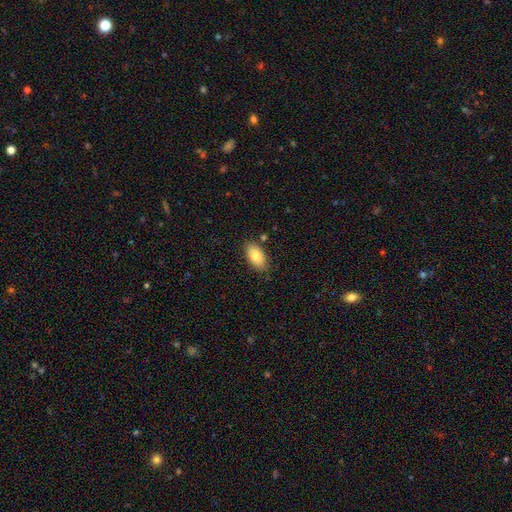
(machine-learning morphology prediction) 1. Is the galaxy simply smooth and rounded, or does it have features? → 82% smooth, 11% featured or disk, 7% star or artifact.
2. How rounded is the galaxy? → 93% in between, 3% round, 3% cigar-shaped.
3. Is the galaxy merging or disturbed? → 82% none, 13% minor disturbance, 3% merger, 3% major disturbance.